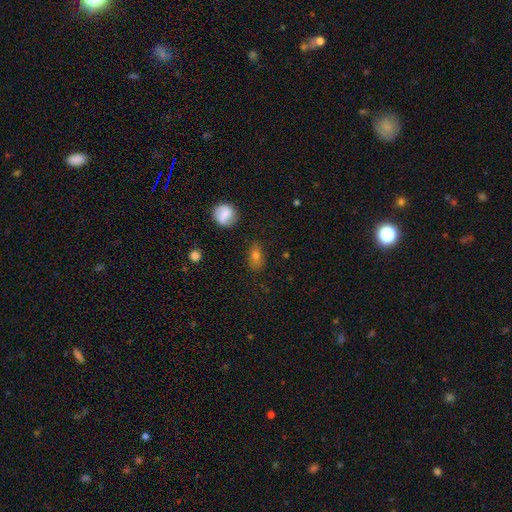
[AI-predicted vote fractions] A smooth galaxy with no disk features (73%) that is in between round and cigar-shaped (77%). Merging: none (77%).